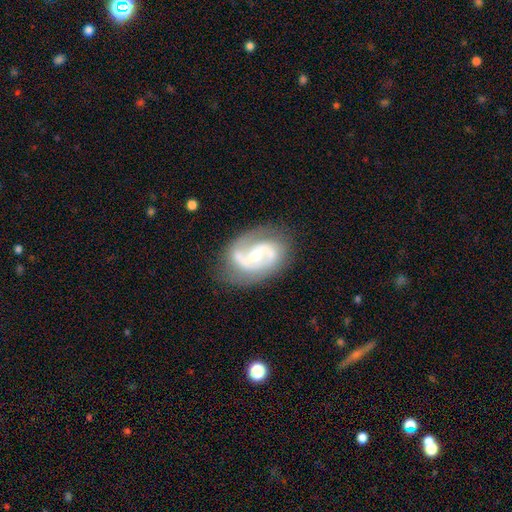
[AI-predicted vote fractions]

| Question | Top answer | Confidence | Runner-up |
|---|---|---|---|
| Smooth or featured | featured or disk | 88% | smooth (6%) |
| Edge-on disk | no | 97% | yes (3%) |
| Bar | no | 42% | weak (41%) |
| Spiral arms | yes | 96% | no (4%) |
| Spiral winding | medium | 54% | tight (25%) |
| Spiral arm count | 2 | 89% | can't tell (4%) |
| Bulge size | small | 48% | moderate (47%) |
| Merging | none | 75% | minor disturbance (16%) |